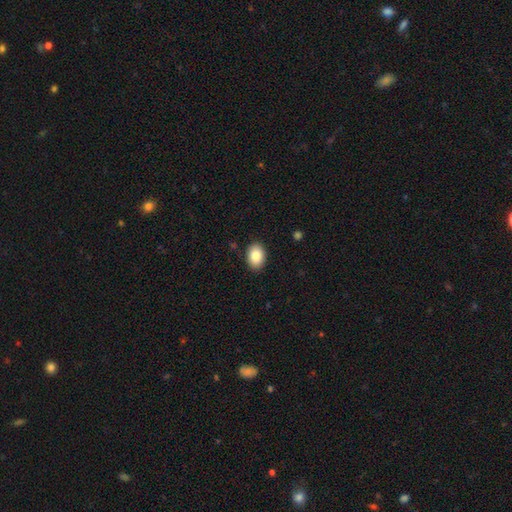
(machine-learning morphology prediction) A smooth galaxy with no disk features (85%) that is in between round and cigar-shaped (82%). Merging: none (89%).